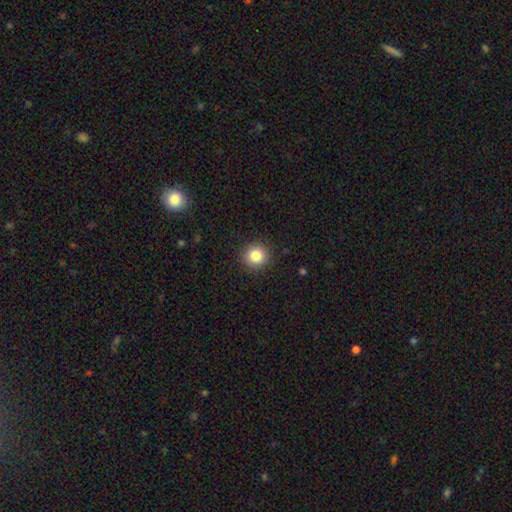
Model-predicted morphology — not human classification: This is clearly a smooth galaxy (84%). How rounded: clearly round (91%). Merging: clearly none (91%).